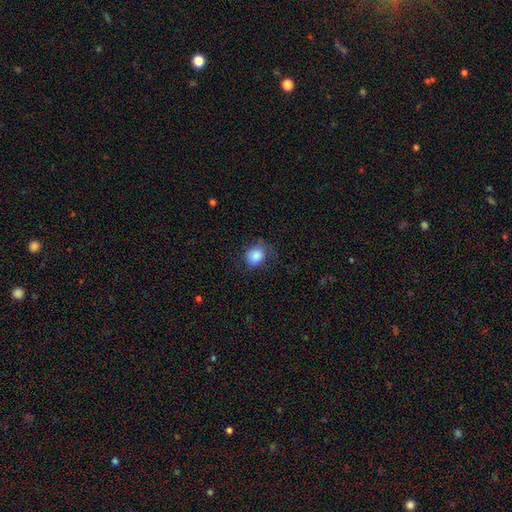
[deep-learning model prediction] smooth-or-featured: smooth: 83% | featured or disk: 9% | star or artifact: 8%
  how-rounded: round: 68% | in between: 31% | cigar-shaped: 1%
  merging: none: 62% | minor disturbance: 24% | major disturbance: 12% | merger: 1%